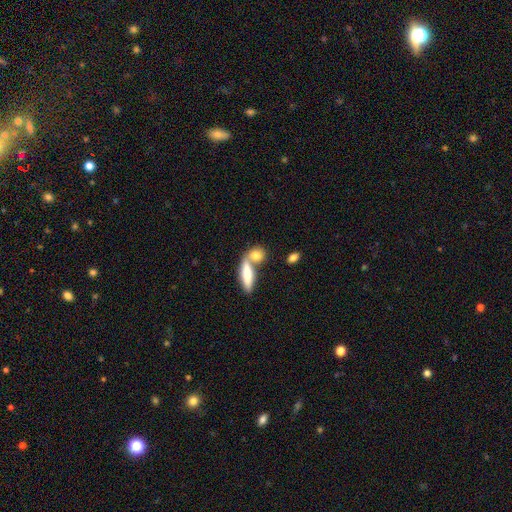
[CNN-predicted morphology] A smooth galaxy with no disk features (80%) that is in between round and cigar-shaped (53%). Merging: none (45%).